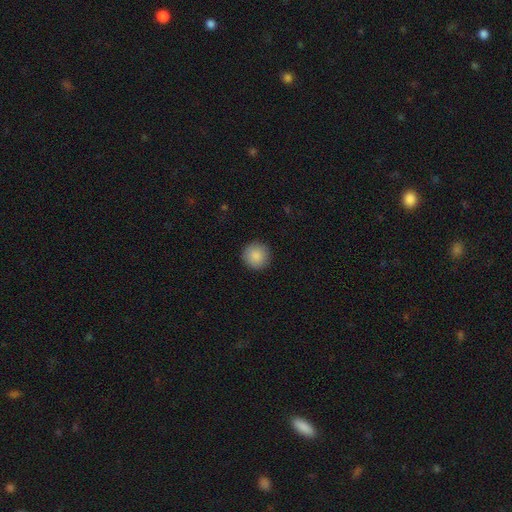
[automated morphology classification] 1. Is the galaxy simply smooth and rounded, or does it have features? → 88% smooth, 8% star or artifact, 4% featured or disk.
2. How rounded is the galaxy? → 95% round, 4% in between, 1% cigar-shaped.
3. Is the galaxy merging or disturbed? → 92% none, 6% minor disturbance, 2% major disturbance, 1% merger.